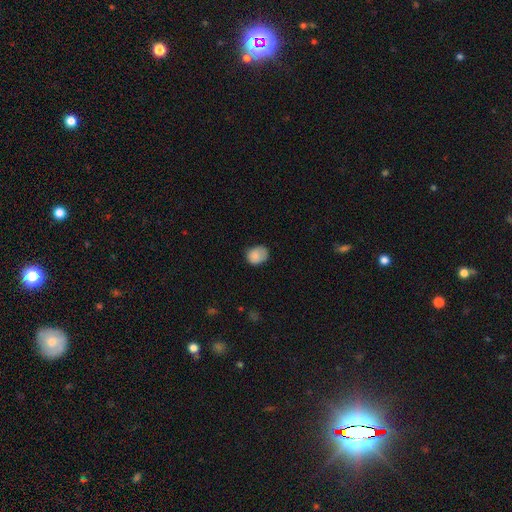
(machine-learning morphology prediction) Smooth or featured? smooth (85%)
How rounded? in between (50%, tied with round)
Merging? none (62%)